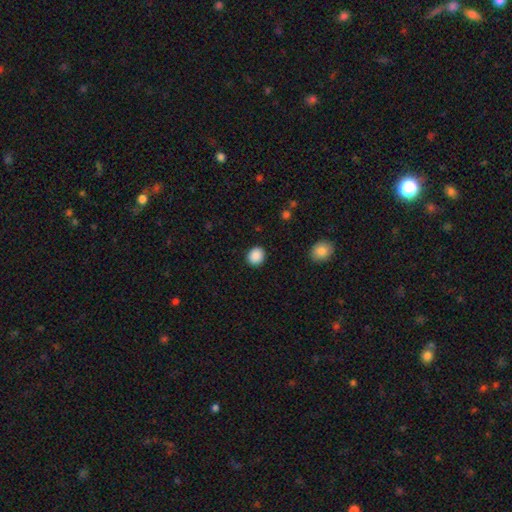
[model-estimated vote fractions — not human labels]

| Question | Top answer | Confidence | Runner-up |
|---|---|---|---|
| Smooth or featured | smooth | 89% | star or artifact (8%) |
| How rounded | round | 73% | in between (26%) |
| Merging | none | 90% | minor disturbance (6%) |